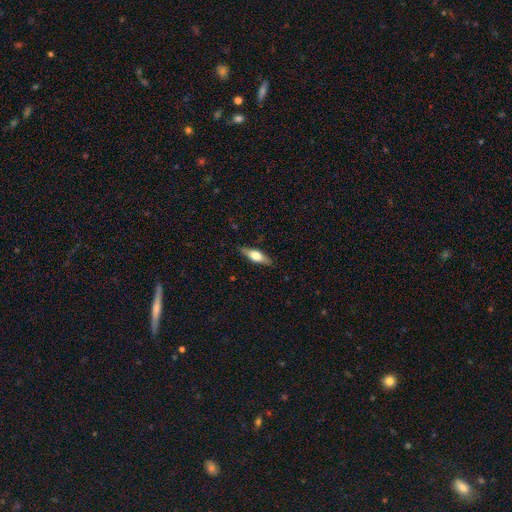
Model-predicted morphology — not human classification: type=smooth (51%); roundness=cigar-shaped (49%); merging=none (85%).